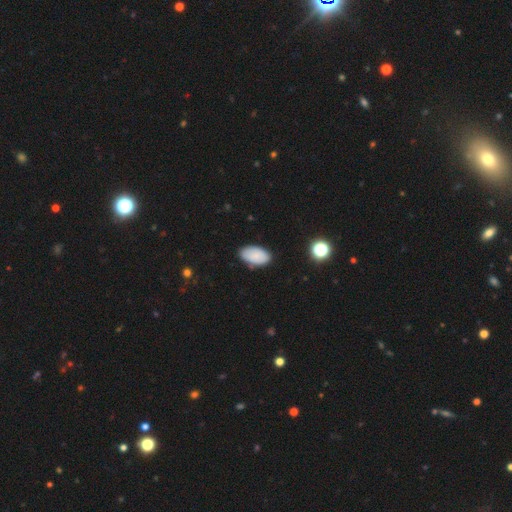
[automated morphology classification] Smooth or featured?
  - smooth: 83% *
  - featured or disk: 9%
  - star or artifact: 8%
How rounded?
  - in between: 95% *
  - round: 4%
  - cigar-shaped: 1%
Merging?
  - none: 82% *
  - minor disturbance: 14%
  - major disturbance: 3%
  - merger: 2%